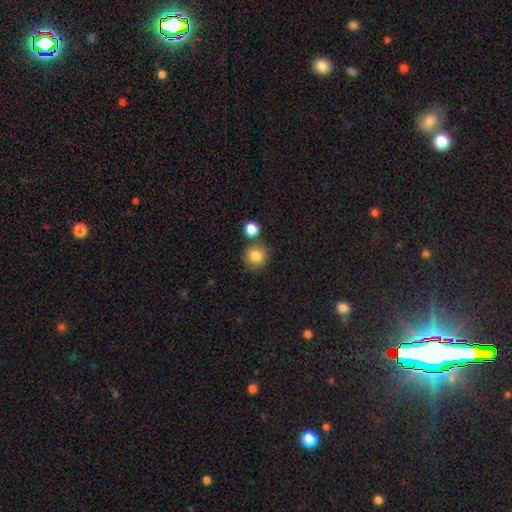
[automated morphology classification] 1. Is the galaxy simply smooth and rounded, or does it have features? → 83% smooth, 10% star or artifact, 7% featured or disk.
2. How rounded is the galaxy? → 90% round, 9% in between, 1% cigar-shaped.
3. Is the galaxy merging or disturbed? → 75% none, 11% merger, 11% minor disturbance, 3% major disturbance.